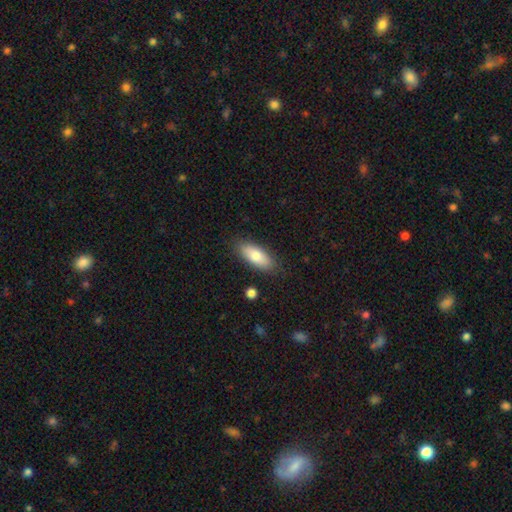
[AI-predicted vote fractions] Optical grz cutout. It shows a smooth galaxy with no disk features (81%) that is in between round and cigar-shaped (78%). Merging: none (84%).